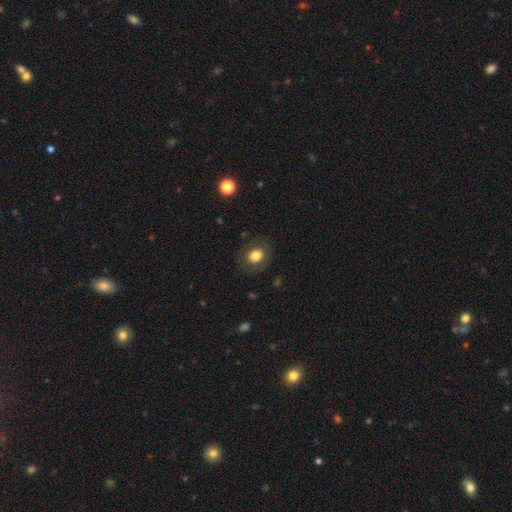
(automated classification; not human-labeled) Overall: smooth (77%). How rounded: round (58%; in between 41%). Merging: none (82%).